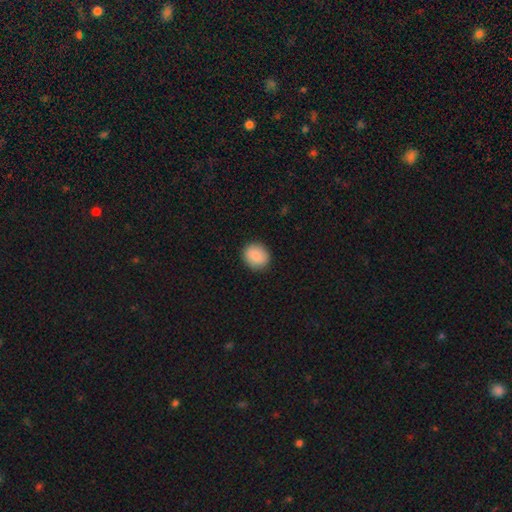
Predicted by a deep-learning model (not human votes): Smooth or featured: smooth — 84% (featured or disk — 9%)
How rounded: round — 81% (in between — 18%)
Merging: none — 90% (minor disturbance — 7%)